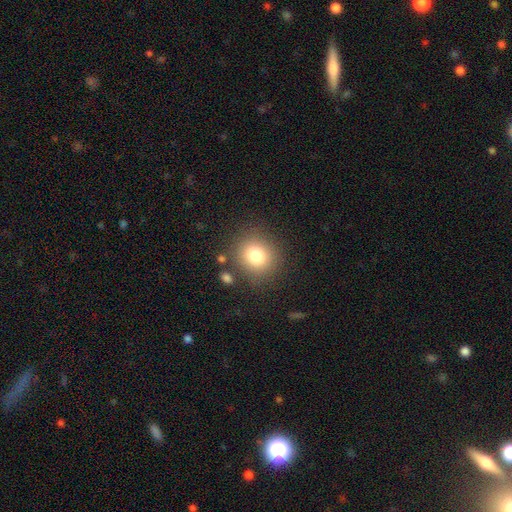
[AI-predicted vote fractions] Overall: smooth (79%). How rounded: round (81%). Merging: none (82%).